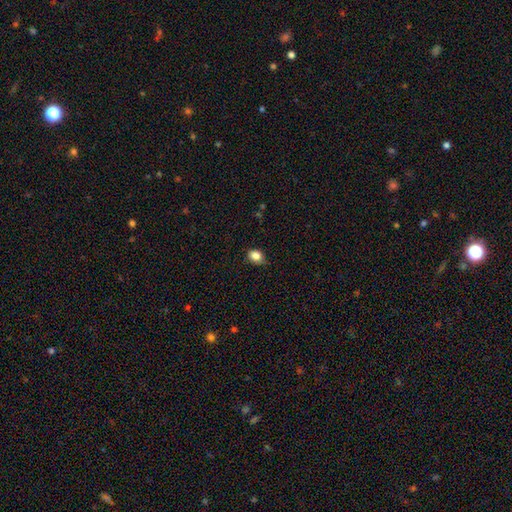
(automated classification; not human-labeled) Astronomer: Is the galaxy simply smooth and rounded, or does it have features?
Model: smooth — 84%.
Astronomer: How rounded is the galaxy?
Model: in between — 56% (runner-up: round, 43%).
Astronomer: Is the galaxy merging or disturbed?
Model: none — 74%.